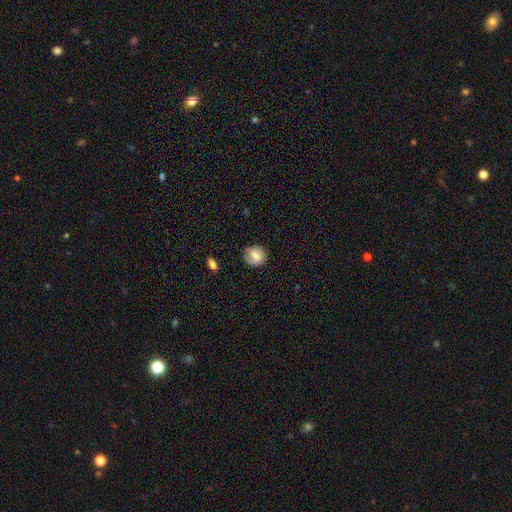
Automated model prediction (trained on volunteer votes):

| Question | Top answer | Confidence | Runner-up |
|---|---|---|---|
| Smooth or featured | smooth | 60% | featured or disk (32%) |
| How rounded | round | 83% | in between (16%) |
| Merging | none | 81% | minor disturbance (14%) |